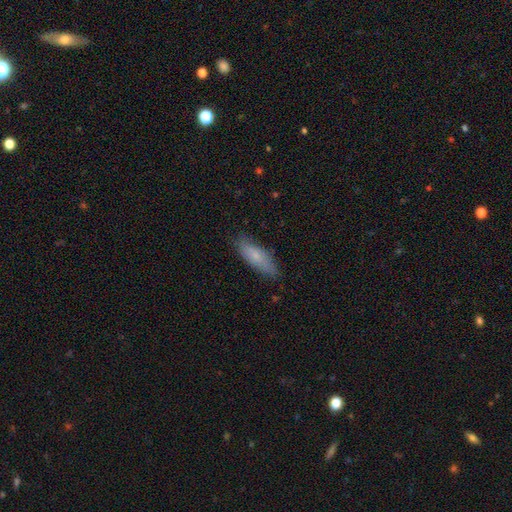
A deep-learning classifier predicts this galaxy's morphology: A smooth galaxy with no disk features (74%) that is in between round and cigar-shaped (53%). Merging: none (79%).